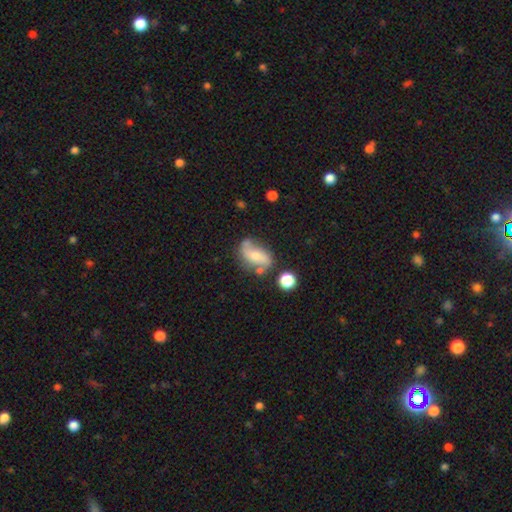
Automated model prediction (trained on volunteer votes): The model was most divided on "bulge size": small: 42%, moderate: 41%, none: 9%, large: 6%, dominant: 2%. More confident: edge-on disk — no (93%); spiral arms — yes (82%); smooth or featured — featured or disk (56%); merging — none (55%); bar — no (50%).